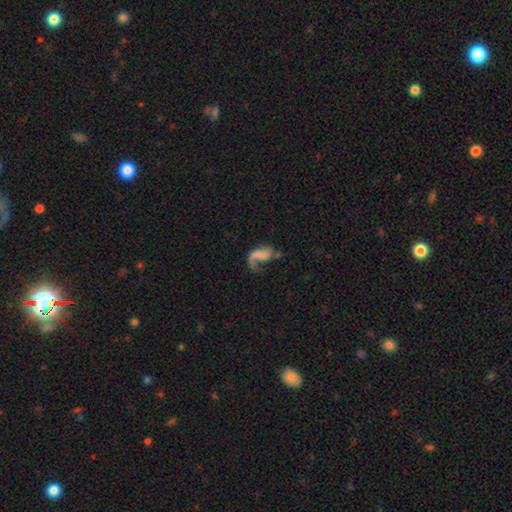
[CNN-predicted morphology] A featured or disk galaxy (66%) with no bar (60%), 1 (60%) loose (72%) spiral arms (83%) and no central bulge (63%).

Vote fractions:
- Smooth or featured? featured or disk: 66% / smooth: 23% / star or artifact: 11%
- Edge-on disk? no: 97% / yes: 3%
- Bar? no: 60% / weak: 28% / strong: 12%
- Spiral arms? yes: 83% / no: 17%
- Spiral winding? loose: 72% / medium: 22% / tight: 7%
- Spiral arm count? 1: 60% / 2: 34% / can't tell: 3% / 3: 1% / 4: 1% / more than 4: 1%
- Bulge size? none: 63% / small: 20% / moderate: 9% / large: 5% / dominant: 3%
- Merging? major disturbance: 42% / none: 35% / minor disturbance: 16% / merger: 7%